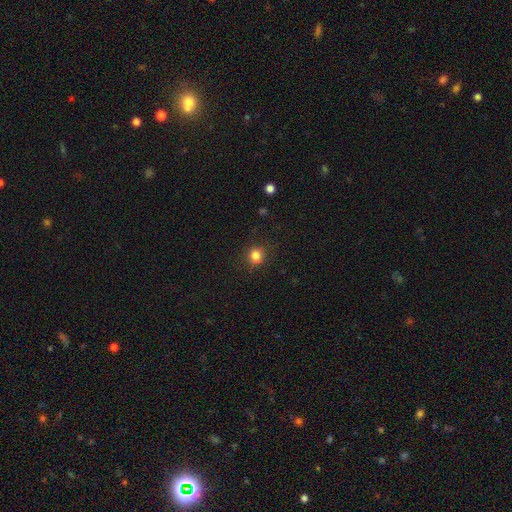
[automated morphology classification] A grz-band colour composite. It shows a smooth galaxy with no disk features (81%) that is round (85%). Merging: none (83%).